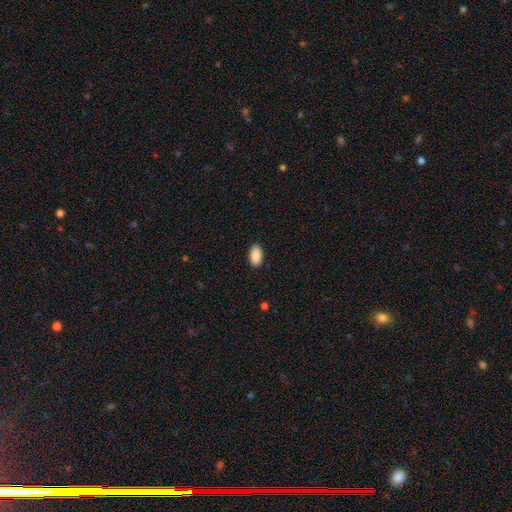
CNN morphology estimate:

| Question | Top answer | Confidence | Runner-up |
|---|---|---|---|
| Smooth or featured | smooth | 90% | star or artifact (6%) |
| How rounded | in between | 94% | round (3%) |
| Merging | none | 89% | minor disturbance (9%) |